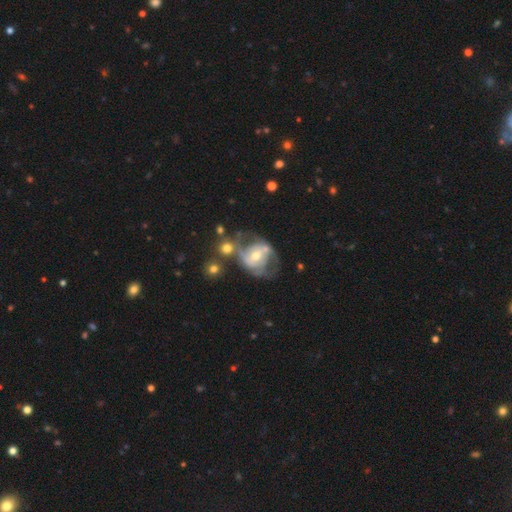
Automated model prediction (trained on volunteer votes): Smooth or featured? featured or disk (74%)
Edge-on disk? no (97%)
Bar? no (44%)
Spiral arms? yes (74%)
Spiral winding? medium (46%)
Spiral arm count? 2 (61%)
Bulge size? moderate (62%)
Merging? none (35%)